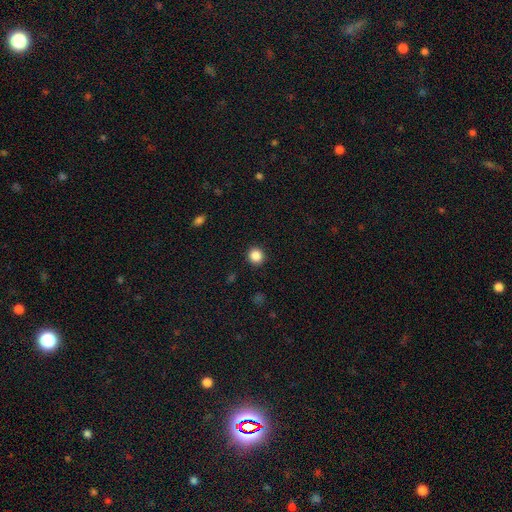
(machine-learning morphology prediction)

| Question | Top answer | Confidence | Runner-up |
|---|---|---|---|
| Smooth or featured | smooth | 87% | star or artifact (10%) |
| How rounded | round | 92% | in between (7%) |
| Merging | none | 92% | minor disturbance (5%) |